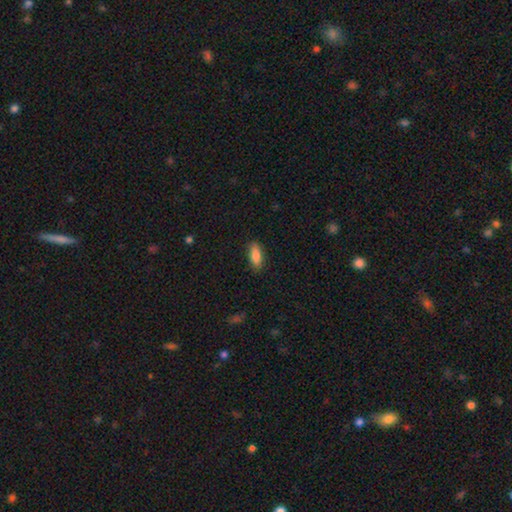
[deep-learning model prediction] smooth_or_featured: smooth (p=0.87) [alt: star or artifact p=0.07]
how_rounded: in between (p=0.77) [alt: cigar-shaped p=0.21]
merging: none (p=0.85) [alt: minor disturbance p=0.12]